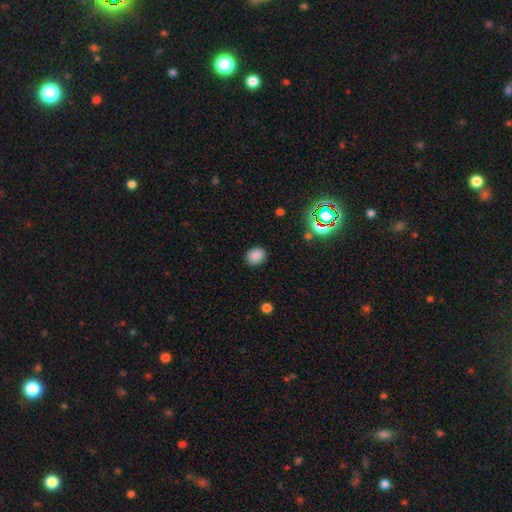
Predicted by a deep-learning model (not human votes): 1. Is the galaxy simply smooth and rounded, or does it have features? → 83% smooth, 13% star or artifact, 4% featured or disk.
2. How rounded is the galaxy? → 59% round, 41% in between, 1% cigar-shaped.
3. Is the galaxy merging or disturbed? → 88% none, 8% minor disturbance, 3% major disturbance, 1% merger.